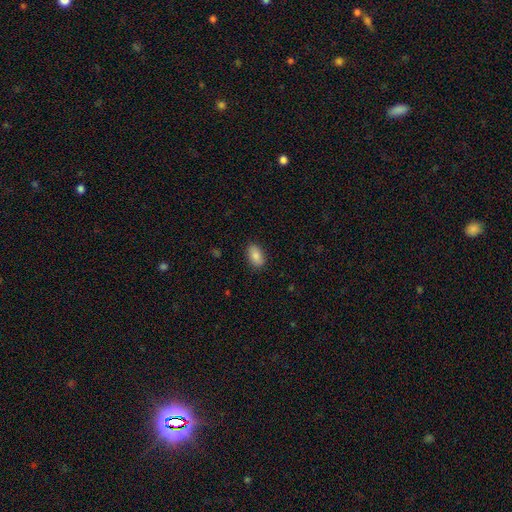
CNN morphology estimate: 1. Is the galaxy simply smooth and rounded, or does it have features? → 86% smooth, 7% star or artifact, 7% featured or disk.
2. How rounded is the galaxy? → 92% in between, 6% round, 2% cigar-shaped.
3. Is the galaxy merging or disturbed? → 88% none, 9% minor disturbance, 2% major disturbance, 1% merger.